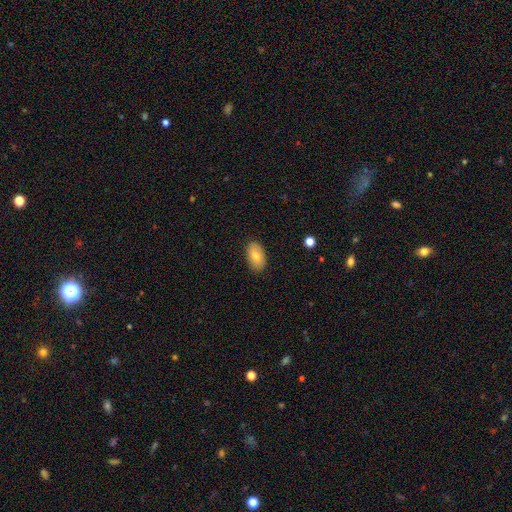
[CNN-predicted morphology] type=smooth (77%); roundness=in between (93%); merging=none (88%).